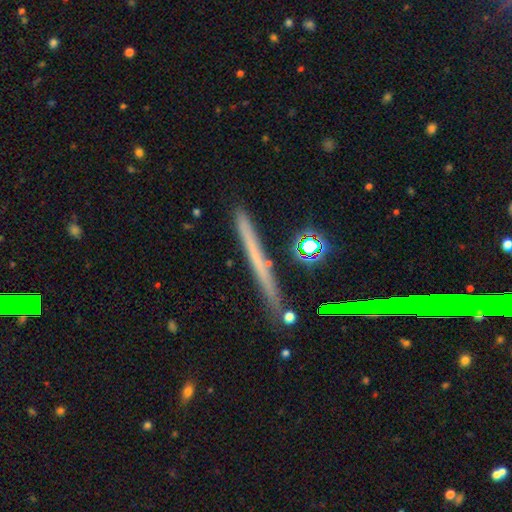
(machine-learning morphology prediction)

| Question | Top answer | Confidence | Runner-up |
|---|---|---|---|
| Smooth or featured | featured or disk | 46% | smooth (43%) |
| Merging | none | 85% | minor disturbance (11%) |